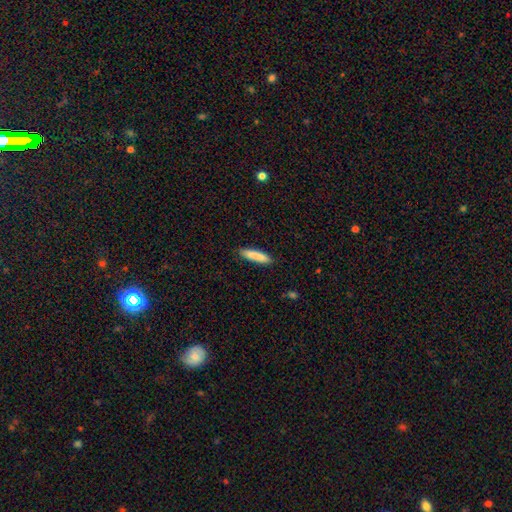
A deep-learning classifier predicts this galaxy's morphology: Smooth or featured? smooth (86%)
How rounded? cigar-shaped (80%)
Merging? none (88%)